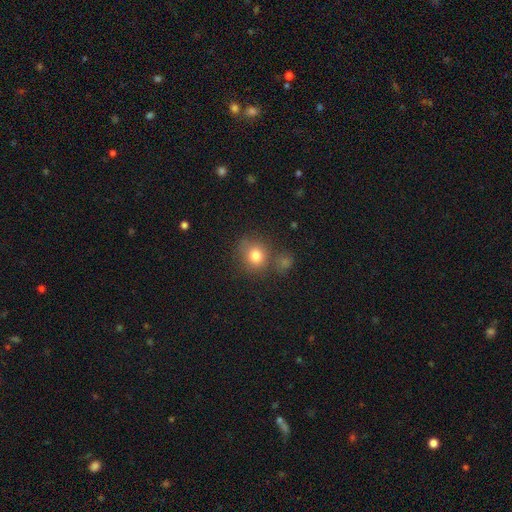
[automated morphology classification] A smooth galaxy with no disk features (79%) that is round (75%).

Vote fractions:
- Smooth or featured? smooth: 79% / star or artifact: 12% / featured or disk: 9%
- How rounded? round: 75% / in between: 24% / cigar-shaped: 1%
- Merging? none: 66% / merger: 15% / minor disturbance: 14% / major disturbance: 5%